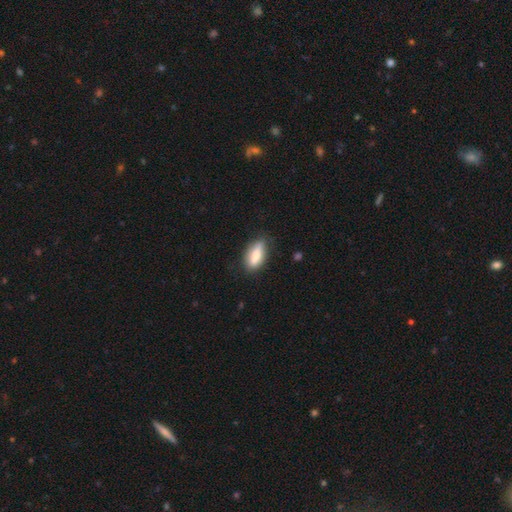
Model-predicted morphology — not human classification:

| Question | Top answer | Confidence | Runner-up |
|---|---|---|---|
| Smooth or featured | smooth | 75% | featured or disk (19%) |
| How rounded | in between | 73% | cigar-shaped (24%) |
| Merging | none | 77% | minor disturbance (17%) |